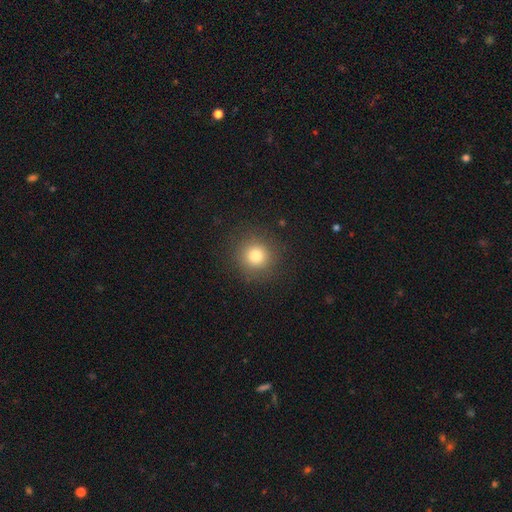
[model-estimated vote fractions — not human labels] Smooth or featured: smooth — 79% (star or artifact — 13%)
How rounded: round — 93% (in between — 6%)
Merging: none — 89% (minor disturbance — 7%)